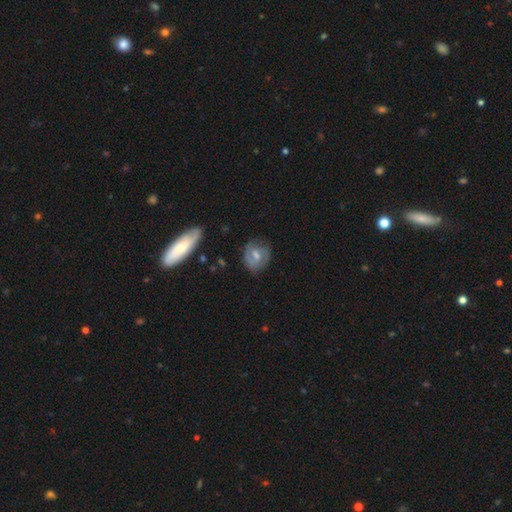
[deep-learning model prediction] smooth_or_featured: featured or disk (p=0.53) [alt: smooth p=0.39]
disk_edge_on: no (p=0.96) [alt: yes p=0.04]
bar: weak (p=0.51) [alt: no p=0.35]
has_spiral_arms: yes (p=0.76) [alt: no p=0.24]
bulge_size: moderate (p=0.52) [alt: small p=0.30]
merging: none (p=0.70) [alt: minor disturbance p=0.21]